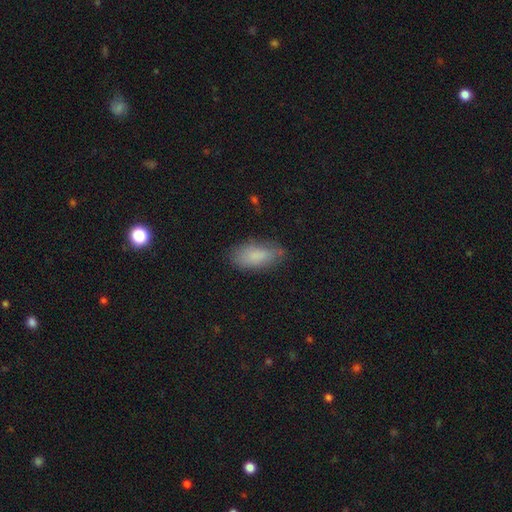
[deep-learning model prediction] smooth-or-featured: smooth: 84% | star or artifact: 8% | featured or disk: 8%
  how-rounded: in between: 88% | cigar-shaped: 9% | round: 3%
  merging: none: 76% | minor disturbance: 18% | major disturbance: 4% | merger: 2%